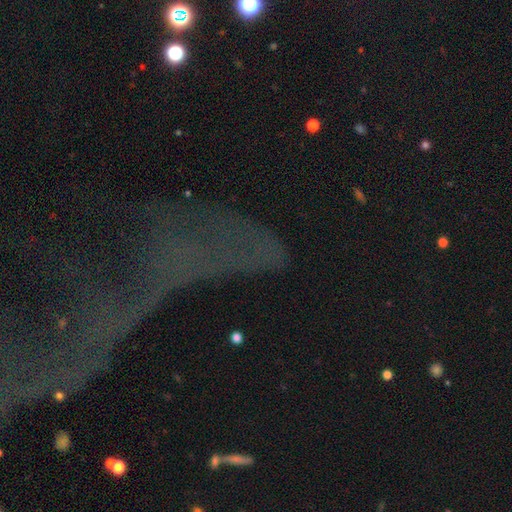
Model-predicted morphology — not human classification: A star or artifact, not a galaxy (64%).